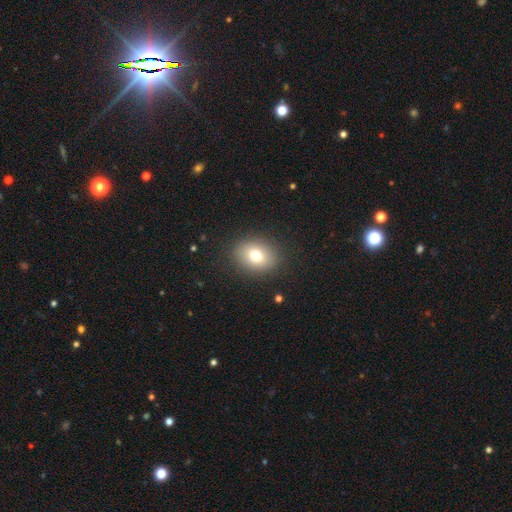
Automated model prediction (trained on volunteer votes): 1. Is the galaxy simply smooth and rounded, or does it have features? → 76% smooth, 13% featured or disk, 12% star or artifact.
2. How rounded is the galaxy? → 54% in between, 45% round, 1% cigar-shaped.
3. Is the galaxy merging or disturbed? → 88% none, 8% minor disturbance, 3% major disturbance, 1% merger.